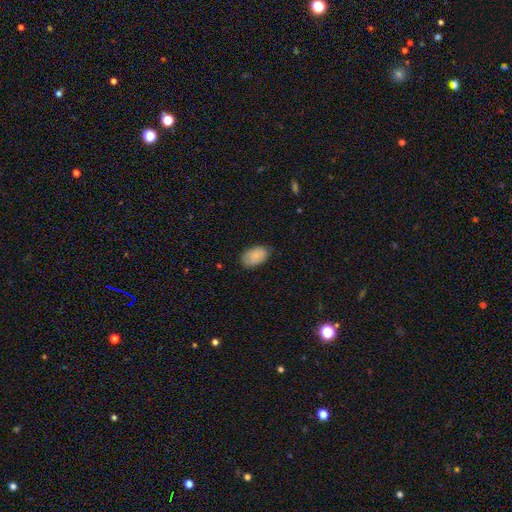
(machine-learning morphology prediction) A smooth galaxy with no disk features (84%) that is in between round and cigar-shaped (91%).

Vote fractions:
- Smooth or featured? smooth: 84% / featured or disk: 10% / star or artifact: 7%
- How rounded? in between: 91% / round: 8% / cigar-shaped: 1%
- Merging? none: 78% / minor disturbance: 18% / major disturbance: 3% / merger: 1%